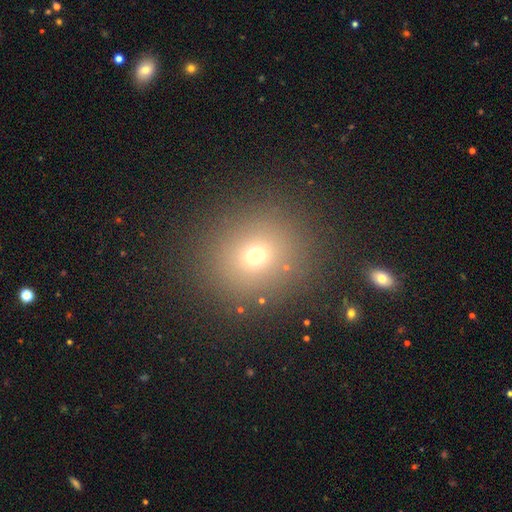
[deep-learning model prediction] smooth-or-featured: smooth: 68% | star or artifact: 22% | featured or disk: 10%
  how-rounded: round: 86% | in between: 13% | cigar-shaped: 1%
  merging: none: 87% | minor disturbance: 7% | major disturbance: 4% | merger: 2%